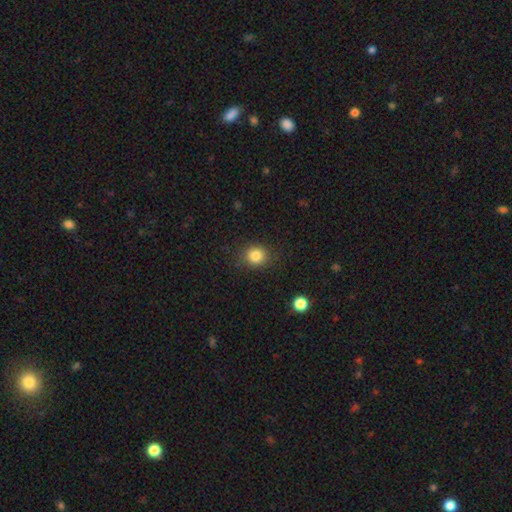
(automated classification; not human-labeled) Morphology: type=smooth (84%); roundness=round (81%); merging=none (87%).